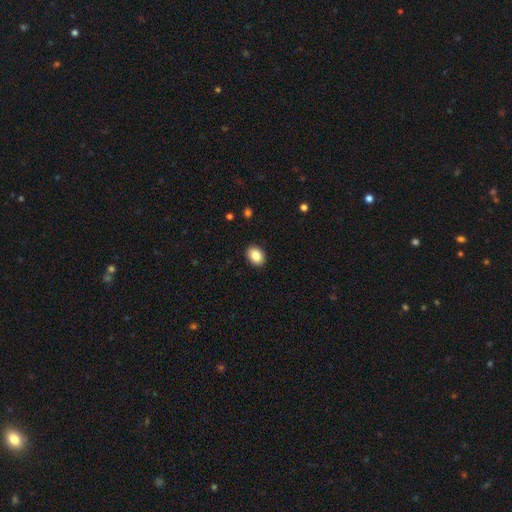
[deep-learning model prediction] The model was most divided on "how rounded": in between: 75%, round: 24%, cigar-shaped: 1%. More confident: merging — none (91%); smooth or featured — smooth (86%).